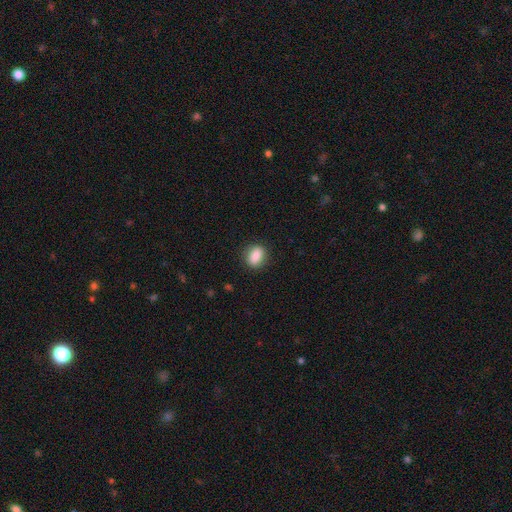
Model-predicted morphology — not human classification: Smooth or featured? Predicted: smooth (p=0.86). How rounded? Predicted: in between (p=0.67). Merging? Predicted: none (p=0.85).